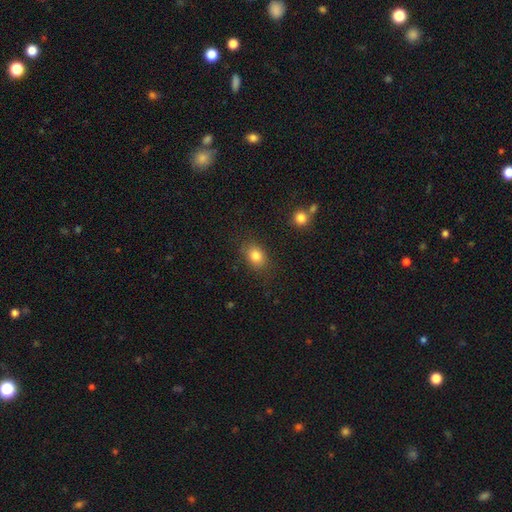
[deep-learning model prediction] Morphology: type=smooth (83%); roundness=in between (65%); merging=none (80%).